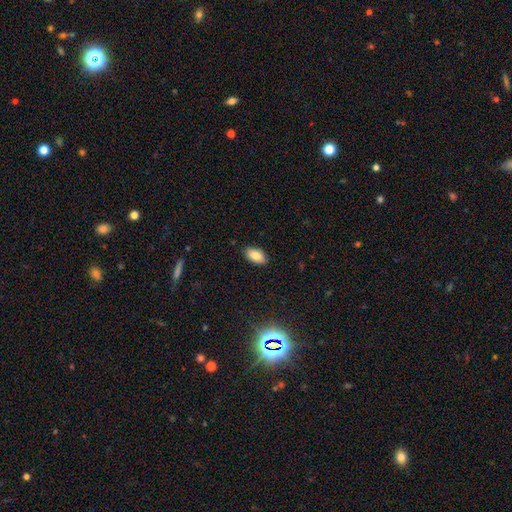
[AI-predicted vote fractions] smooth_or_featured: smooth (p=0.85) [alt: star or artifact p=0.08]
how_rounded: in between (p=0.94) [alt: round p=0.03]
merging: none (p=0.88) [alt: minor disturbance p=0.09]